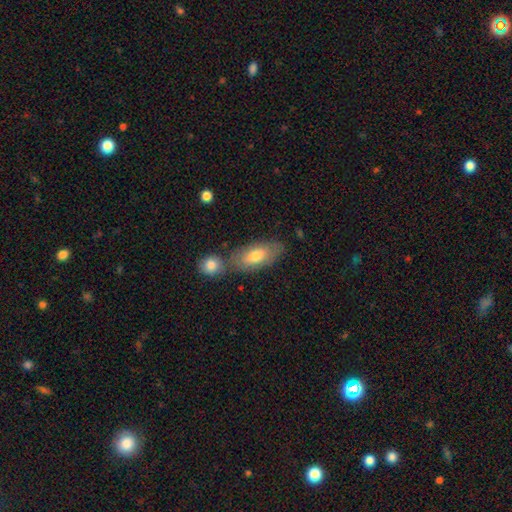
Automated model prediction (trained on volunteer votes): Smooth or featured?
  - smooth: 72% *
  - featured or disk: 22%
  - star or artifact: 6%
How rounded?
  - in between: 86% *
  - cigar-shaped: 10%
  - round: 4%
Merging?
  - none: 58% *
  - merger: 24%
  - minor disturbance: 14%
  - major disturbance: 4%